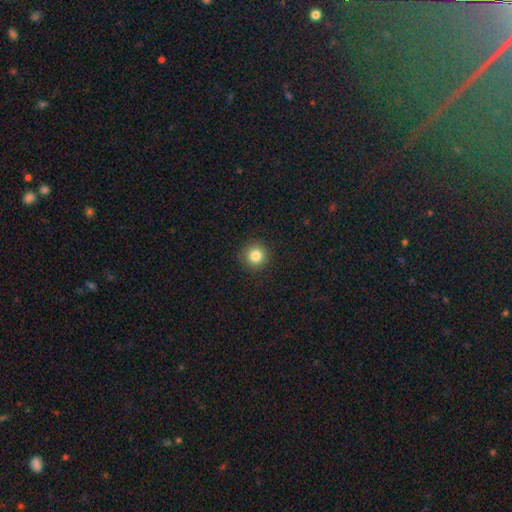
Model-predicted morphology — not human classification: Smooth or featured?
  - smooth: 84% *
  - star or artifact: 11%
  - featured or disk: 5%
How rounded?
  - round: 94% *
  - in between: 5%
  - cigar-shaped: 1%
Merging?
  - none: 90% *
  - minor disturbance: 7%
  - major disturbance: 2%
  - merger: 1%